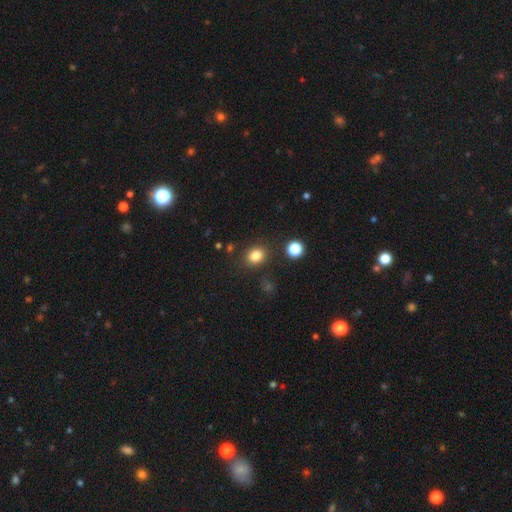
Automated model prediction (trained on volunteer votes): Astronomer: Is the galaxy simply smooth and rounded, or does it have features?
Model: smooth — 82%.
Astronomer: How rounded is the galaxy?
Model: round — 54% (runner-up: in between, 45%).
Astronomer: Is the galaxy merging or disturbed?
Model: none — 82%.